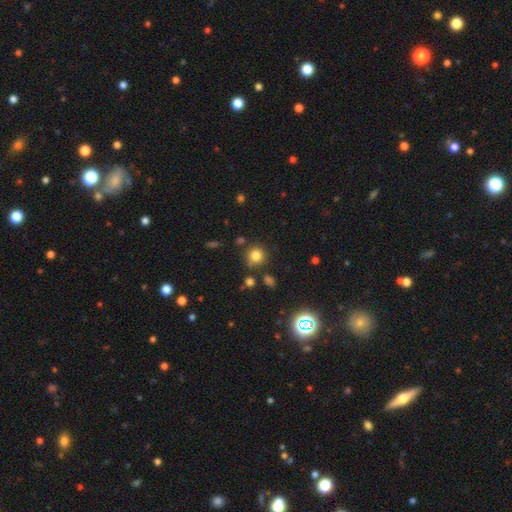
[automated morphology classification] A smooth galaxy with no disk features (80%) that is round (90%).

Vote fractions:
- Smooth or featured? smooth: 80% / star or artifact: 14% / featured or disk: 6%
- How rounded? round: 90% / in between: 9% / cigar-shaped: 1%
- Merging? none: 81% / minor disturbance: 10% / merger: 6% / major disturbance: 3%